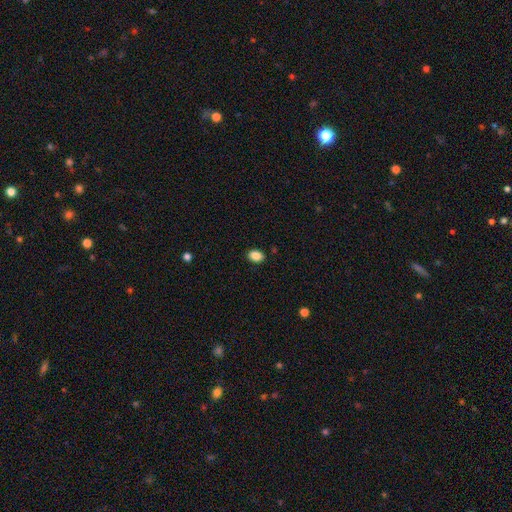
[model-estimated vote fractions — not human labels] A smooth galaxy with no disk features (88%) that is in between round and cigar-shaped (79%).

Vote fractions:
- Smooth or featured? smooth: 88% / star or artifact: 9% / featured or disk: 3%
- How rounded? in between: 79% / round: 20% / cigar-shaped: 1%
- Merging? none: 88% / minor disturbance: 8% / major disturbance: 2% / merger: 1%